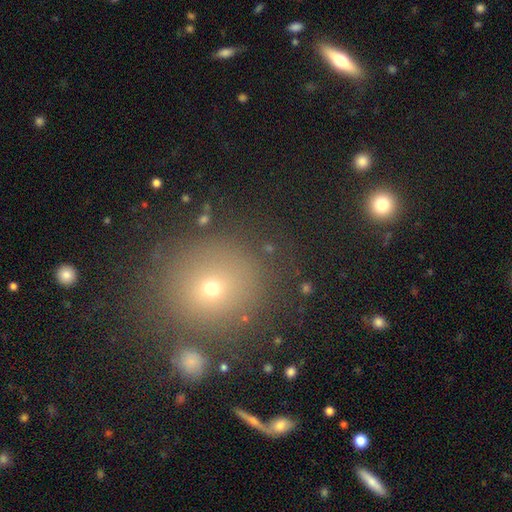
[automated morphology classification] This appears to be a smooth galaxy with no disk features (55%) that is round (86%). Merging: none (84%).